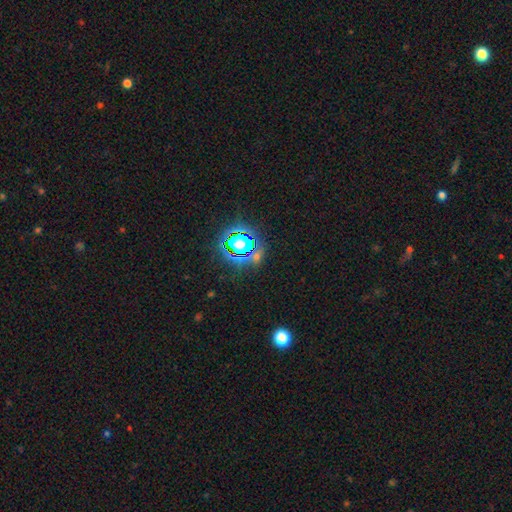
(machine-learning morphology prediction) The model was most divided on "smooth or featured": star or artifact: 73%, smooth: 18%, featured or disk: 9%.